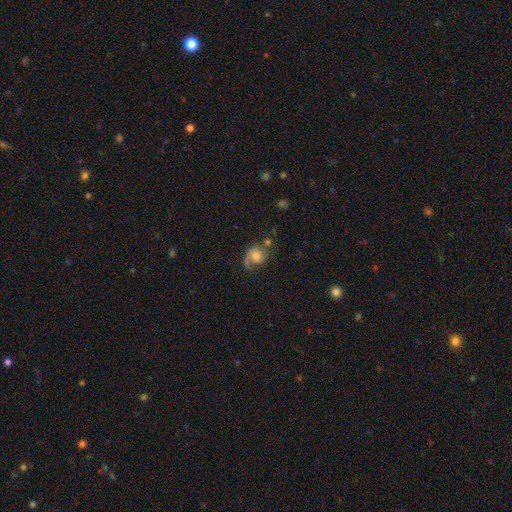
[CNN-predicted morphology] The model was most divided on "smooth or featured": featured or disk: 49%, smooth: 42%, star or artifact: 10%. Remaining: merging — none (43%).